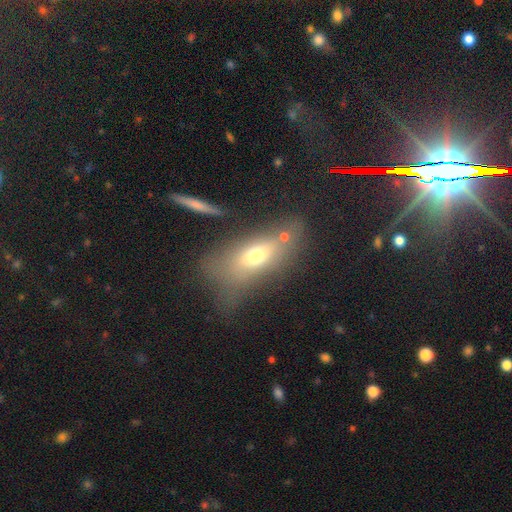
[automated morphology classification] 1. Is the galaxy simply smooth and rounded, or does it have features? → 61% smooth, 26% featured or disk, 14% star or artifact.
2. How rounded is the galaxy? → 74% in between, 18% cigar-shaped, 8% round.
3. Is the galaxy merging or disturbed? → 49% none, 21% minor disturbance, 18% major disturbance, 12% merger.